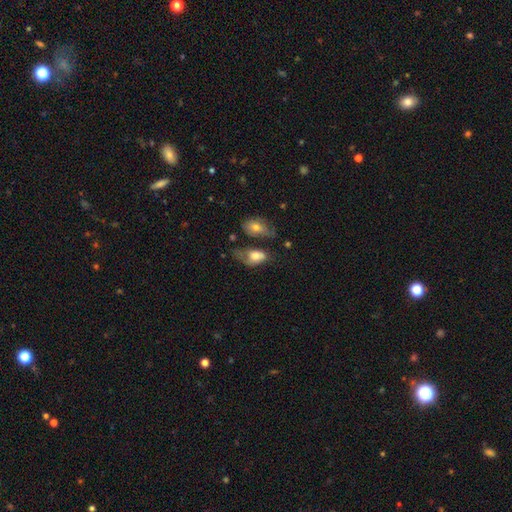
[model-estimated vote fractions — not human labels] This is likely a smooth galaxy (70%). How rounded: clearly in between (89%). Merging: marginally major disturbance (33%).